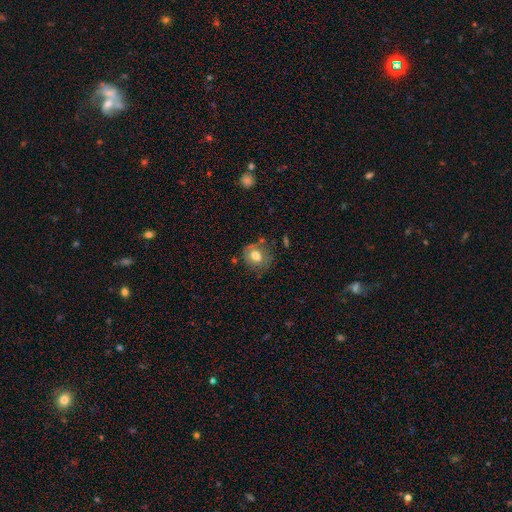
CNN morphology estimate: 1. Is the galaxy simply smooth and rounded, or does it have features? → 69% smooth, 22% featured or disk, 9% star or artifact.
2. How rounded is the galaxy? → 64% round, 35% in between, 1% cigar-shaped.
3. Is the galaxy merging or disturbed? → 65% none, 22% minor disturbance, 8% major disturbance, 5% merger.